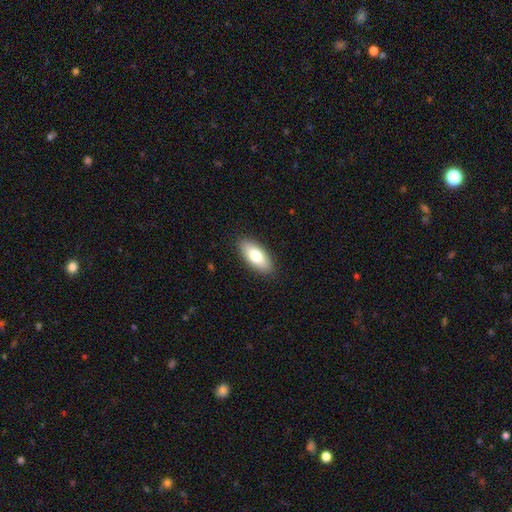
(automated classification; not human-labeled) A smooth galaxy with no disk features (76%) that is in between round and cigar-shaped (86%). Merging: none (89%).